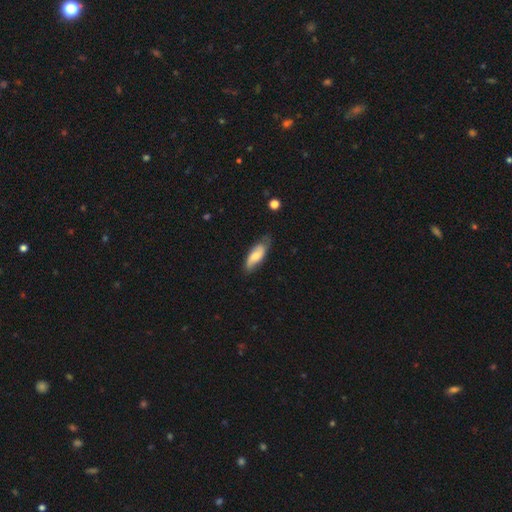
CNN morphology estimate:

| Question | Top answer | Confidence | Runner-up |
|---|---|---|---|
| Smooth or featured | smooth | 56% | featured or disk (38%) |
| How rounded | in between | 70% | cigar-shaped (28%) |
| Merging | none | 70% | minor disturbance (23%) |